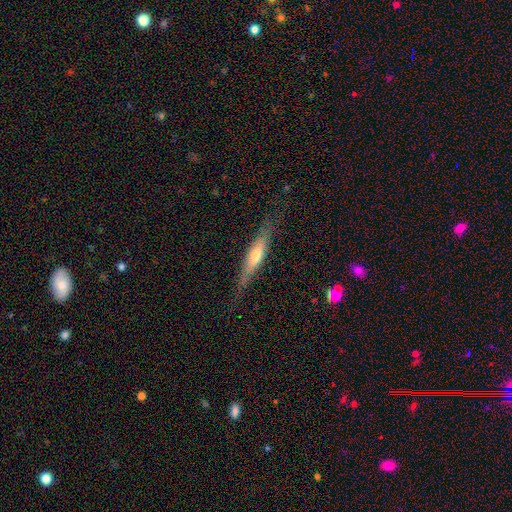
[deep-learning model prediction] Smooth or featured: featured or disk — 55% (smooth — 38%)
Edge-on disk: yes — 89% (no — 11%)
Merging: none — 78% (minor disturbance — 16%)